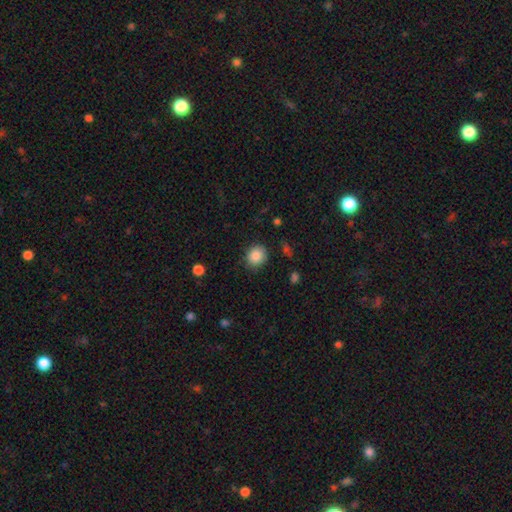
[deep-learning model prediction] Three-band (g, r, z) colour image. It shows a smooth galaxy with no disk features (87%) that is round (79%). Merging: none (84%).